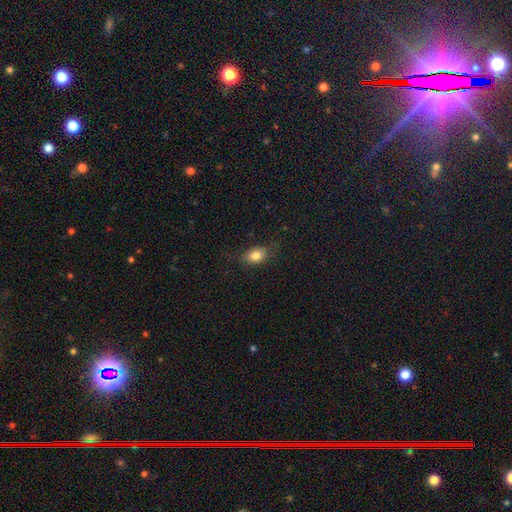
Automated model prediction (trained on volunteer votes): The model was most divided on "merging": none: 73%, minor disturbance: 20%, major disturbance: 6%, merger: 1%. More confident: smooth or featured — smooth (81%); how rounded — in between (78%).